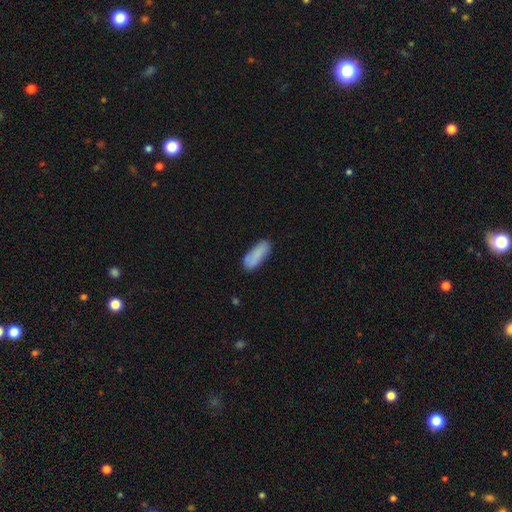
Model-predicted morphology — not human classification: smooth_or_featured: smooth (p=0.85) [alt: featured or disk p=0.08]
how_rounded: in between (p=0.71) [alt: cigar-shaped p=0.27]
merging: none (p=0.76) [alt: minor disturbance p=0.18]